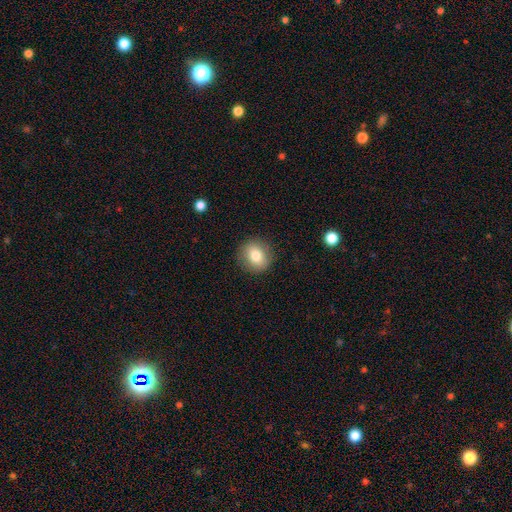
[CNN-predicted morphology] This appears to be a smooth galaxy with no disk features (78%) that is round (82%). Merging: none (89%).